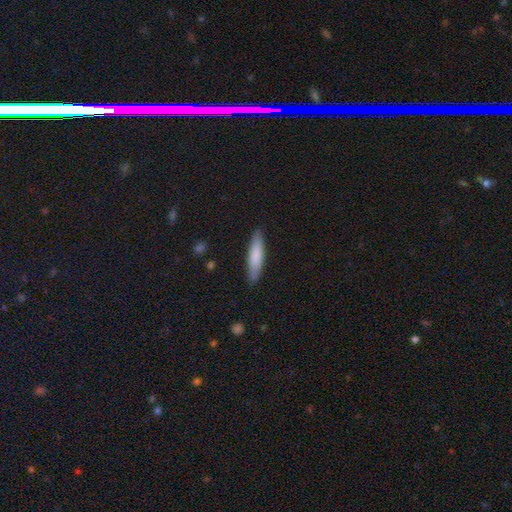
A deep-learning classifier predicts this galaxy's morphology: This is likely a smooth galaxy (80%). How rounded: likely cigar-shaped (78%). Merging: clearly none (88%).